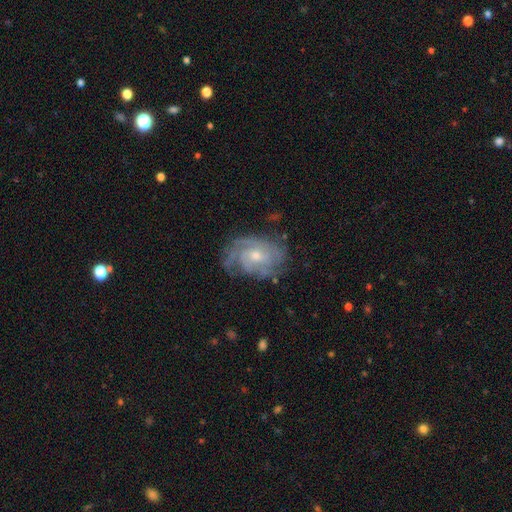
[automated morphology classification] type=featured or disk (83%); edge-on=no (97%); bar=no (69%); spiral arms=yes (94%); winding=tight (60%); arm count=can't tell (36%); bulge=moderate (49%); merging=none (68%).